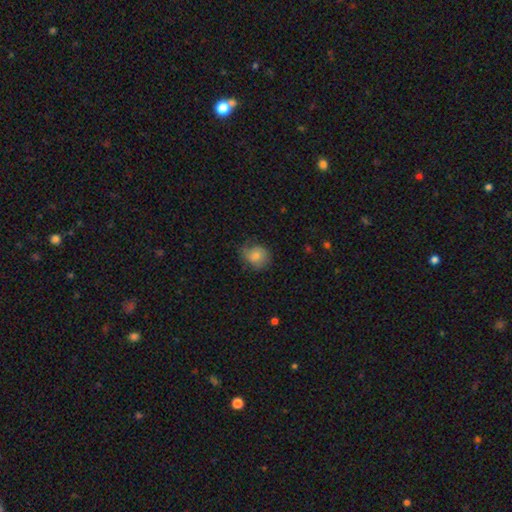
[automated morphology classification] A smooth galaxy with no disk features (67%) that is round (69%). Merging: none (61%).